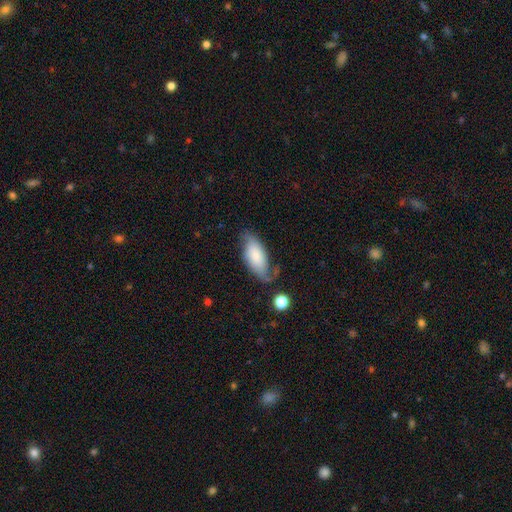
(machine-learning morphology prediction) This appears to be a smooth galaxy with no disk features (67%) that is in between round and cigar-shaped (89%). Merging: none (54%).